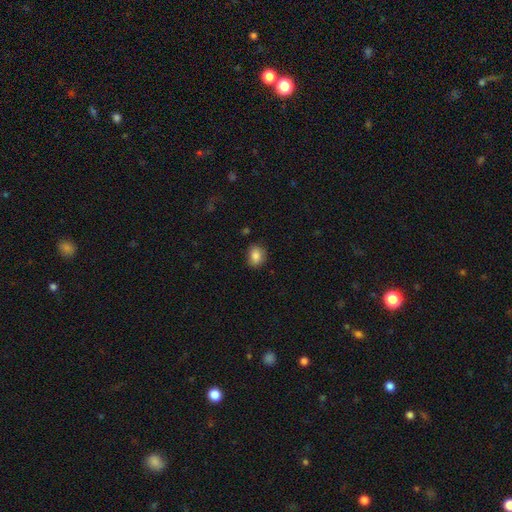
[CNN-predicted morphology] type=smooth (85%); roundness=in between (58%); merging=none (83%).